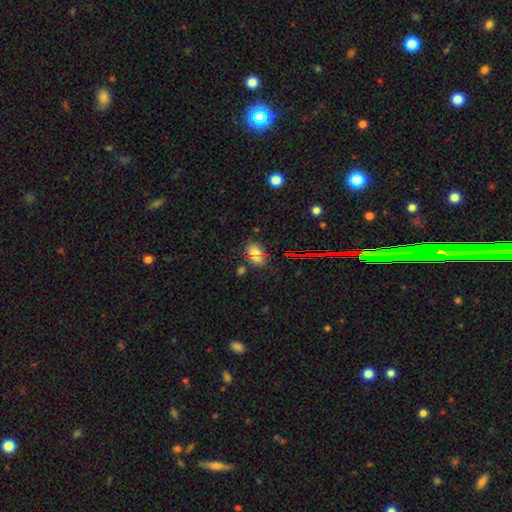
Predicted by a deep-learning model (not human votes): This is likely a smooth galaxy (61%). How rounded: likely in between (78%). Merging: clearly none (80%).